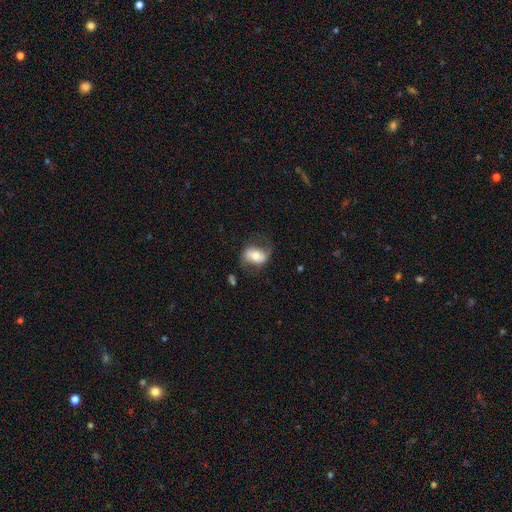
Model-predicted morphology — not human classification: Smooth or featured: featured or disk — 50% (smooth — 43%)
Merging: none — 61% (minor disturbance — 22%)